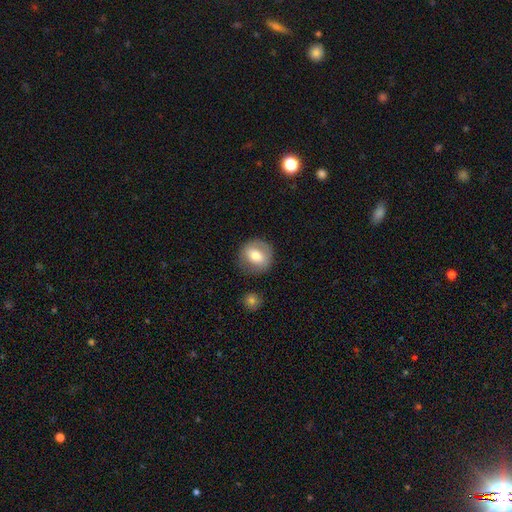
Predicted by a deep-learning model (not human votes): smooth_or_featured: smooth (p=0.63) [alt: featured or disk p=0.30]
how_rounded: round (p=0.83) [alt: in between p=0.16]
merging: none (p=0.79) [alt: minor disturbance p=0.13]